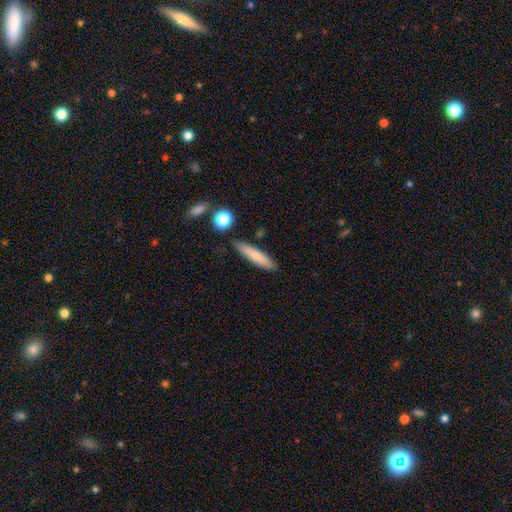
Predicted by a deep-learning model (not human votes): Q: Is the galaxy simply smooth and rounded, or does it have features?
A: smooth — 78%.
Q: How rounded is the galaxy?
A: cigar-shaped — 83%.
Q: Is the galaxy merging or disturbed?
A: none — 84%.